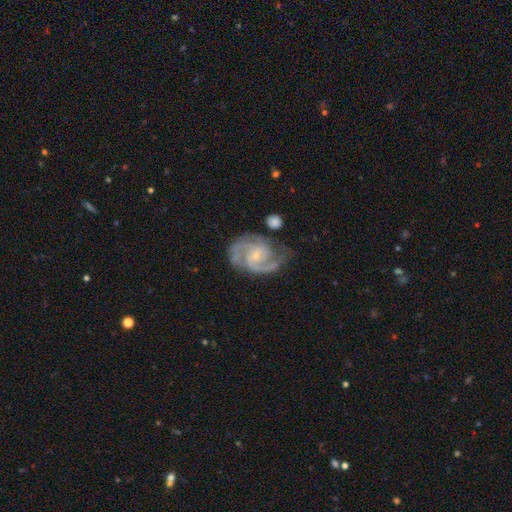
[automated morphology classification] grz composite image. It shows a featured or disk galaxy (91%) with no bar (55%), 2 (63%) medium (52%) spiral arms (98%) and a small central bulge (77%). Merging: none (64%).